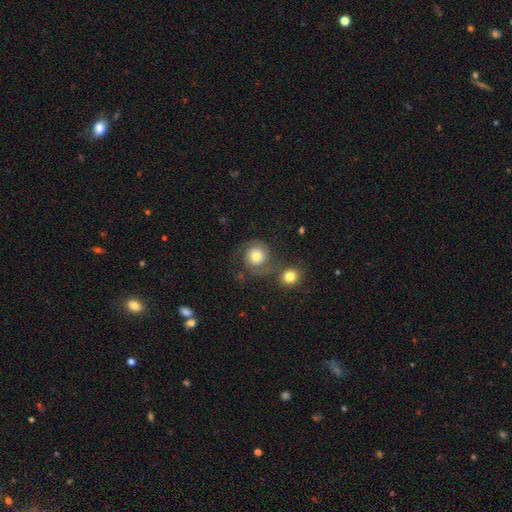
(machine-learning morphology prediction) type=featured or disk (63%); edge-on=no (98%); bar=no (82%); spiral arms=yes (89%); winding=medium (41%); arm count=2 (83%); bulge=moderate (61%); merging=none (59%).